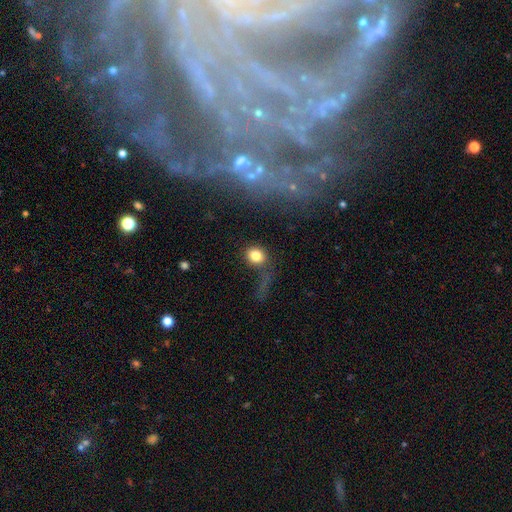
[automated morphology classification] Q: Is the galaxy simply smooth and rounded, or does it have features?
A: smooth — 79%.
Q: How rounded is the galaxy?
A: round — 72%.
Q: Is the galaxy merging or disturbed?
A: none — 58%.